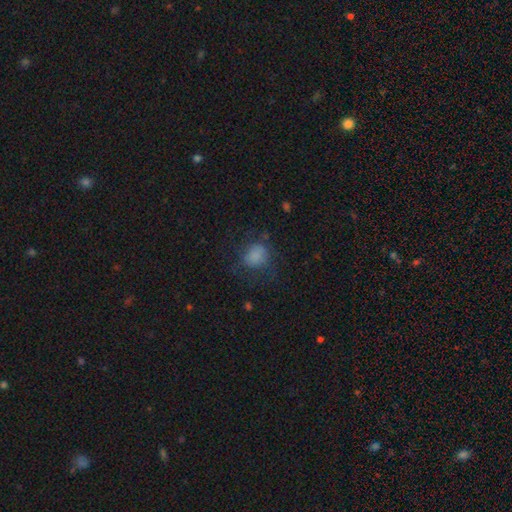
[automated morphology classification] Smooth or featured? smooth (77%)
How rounded? round (63%)
Merging? none (55%)